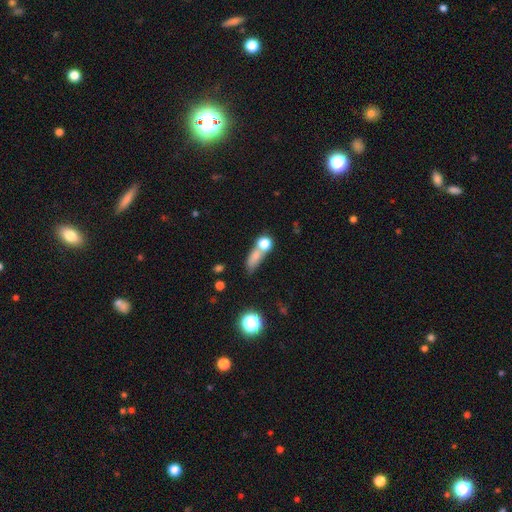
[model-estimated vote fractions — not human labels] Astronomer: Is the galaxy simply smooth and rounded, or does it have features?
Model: smooth — 72%.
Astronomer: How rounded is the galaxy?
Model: in between — 46% (runner-up: cigar-shaped, 28%).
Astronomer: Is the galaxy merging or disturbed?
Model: none — 41% (runner-up: merger, 35%).